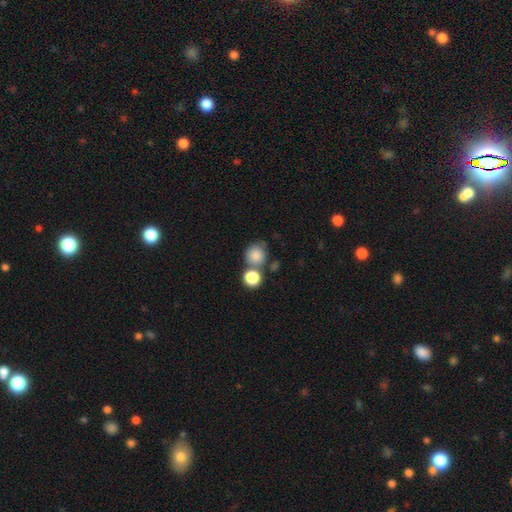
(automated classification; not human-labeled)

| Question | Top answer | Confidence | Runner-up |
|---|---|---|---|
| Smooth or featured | smooth | 84% | star or artifact (10%) |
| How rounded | round | 86% | in between (13%) |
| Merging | none | 55% | merger (29%) |